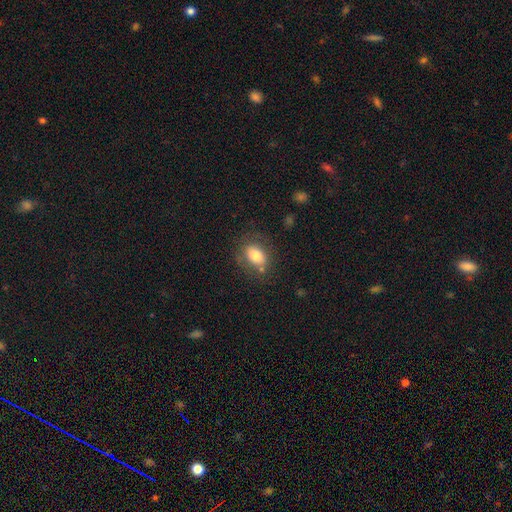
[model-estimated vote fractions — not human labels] Smooth or featured? Predicted: smooth (p=0.75). How rounded? Predicted: in between (p=0.77). Merging? Predicted: none (p=0.69).